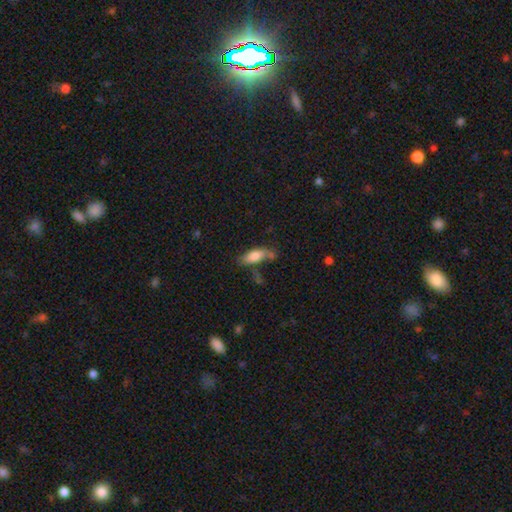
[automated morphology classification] This appears to be a smooth galaxy with no disk features (73%) that is in between round and cigar-shaped (72%). Merging: none (45%).